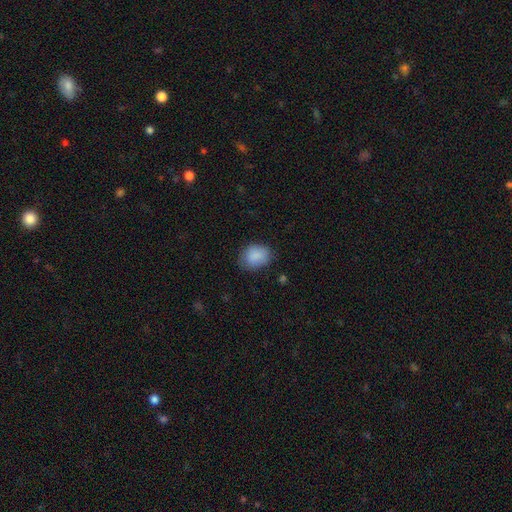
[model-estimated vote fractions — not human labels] Overall: smooth (86%). How rounded: in between (54%; round 45%). Merging: none (73%).